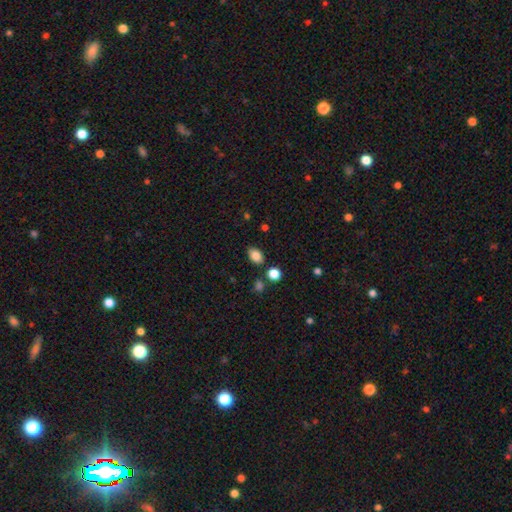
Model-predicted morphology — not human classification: Smooth or featured? smooth (84%)
How rounded? in between (81%)
Merging? none (81%)